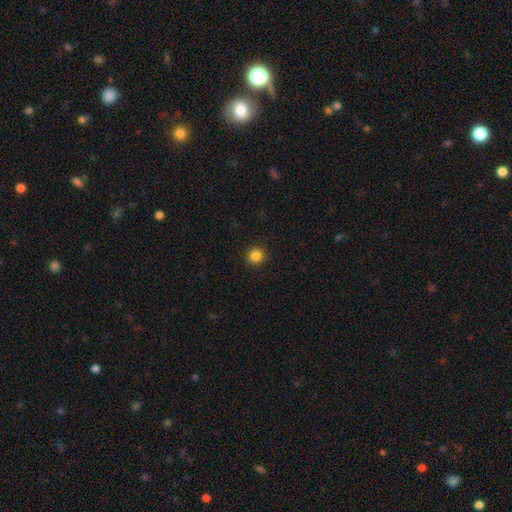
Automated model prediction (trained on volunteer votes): smooth-or-featured: smooth: 85% | star or artifact: 11% | featured or disk: 4%
  how-rounded: round: 90% | in between: 9% | cigar-shaped: 1%
  merging: none: 92% | minor disturbance: 5% | major disturbance: 2% | merger: 1%